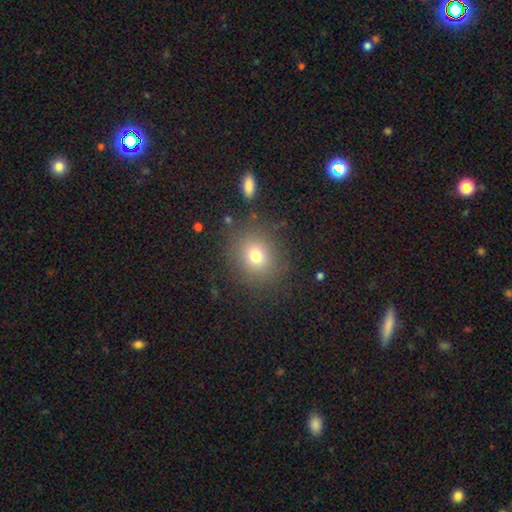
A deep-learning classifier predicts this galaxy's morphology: Q: Smooth or featured?
A: smooth (73%); runner-up: star or artifact (16%)
Q: How rounded?
A: round (76%); runner-up: in between (23%)
Q: Merging?
A: none (84%); runner-up: minor disturbance (9%)